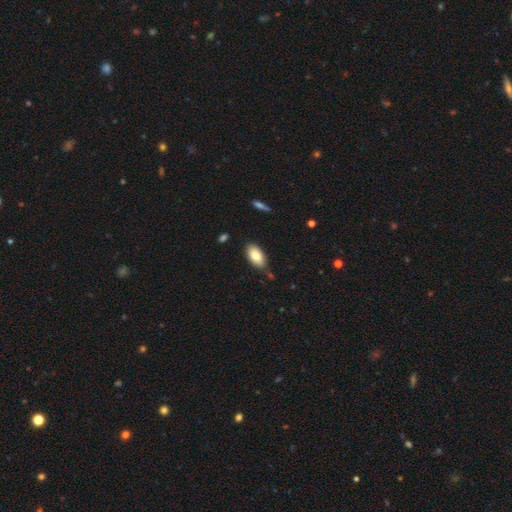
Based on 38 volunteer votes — Smooth or featured? 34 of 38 (89%) said smooth. How rounded? 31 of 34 (91%) said in between. Merging? 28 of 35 (80%) said none.